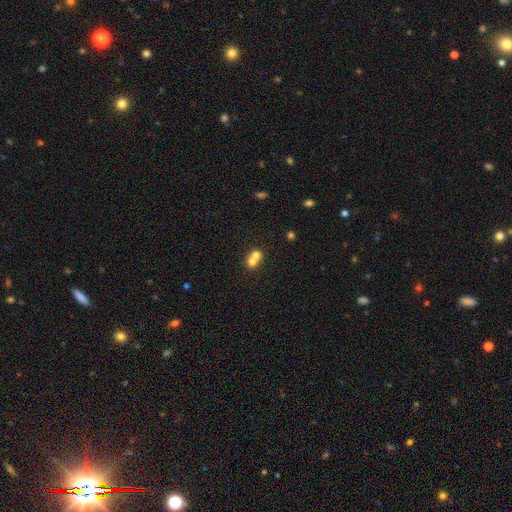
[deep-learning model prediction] Q: Smooth or featured?
A: smooth (69%); runner-up: featured or disk (19%)
Q: How rounded?
A: round (72%); runner-up: in between (27%)
Q: Merging?
A: merger (68%); runner-up: none (25%)